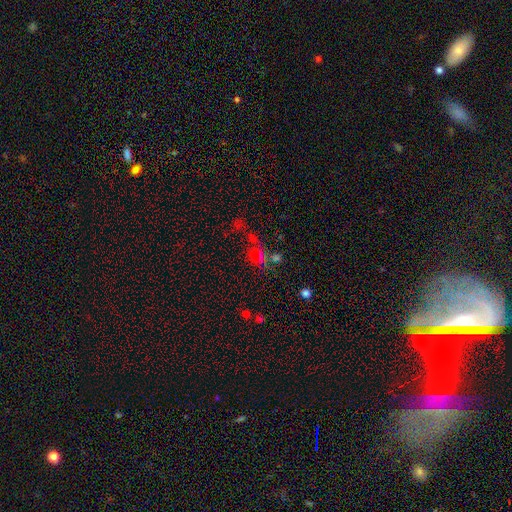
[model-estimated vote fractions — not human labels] This is possibly a star or artifact rather than a galaxy (48%).